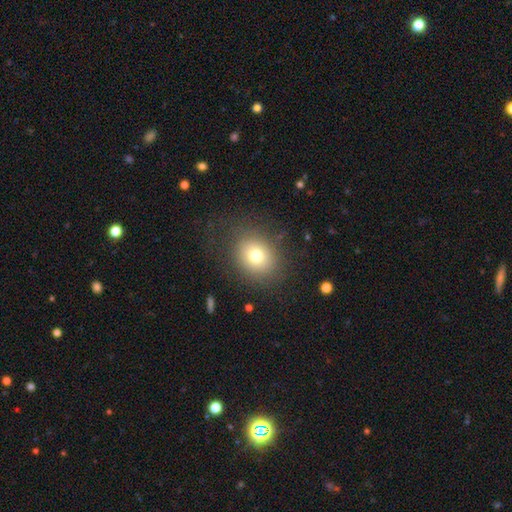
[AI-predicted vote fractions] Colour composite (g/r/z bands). It shows a smooth galaxy with no disk features (75%) that is round (61%). Merging: none (77%).